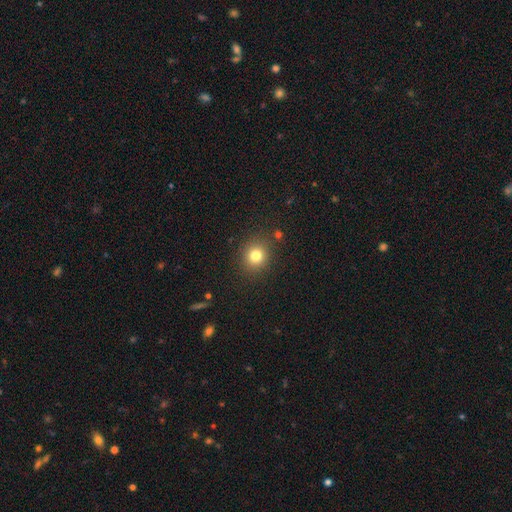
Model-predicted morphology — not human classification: This appears to be a smooth galaxy with no disk features (80%) that is round (85%). Merging: none (87%).